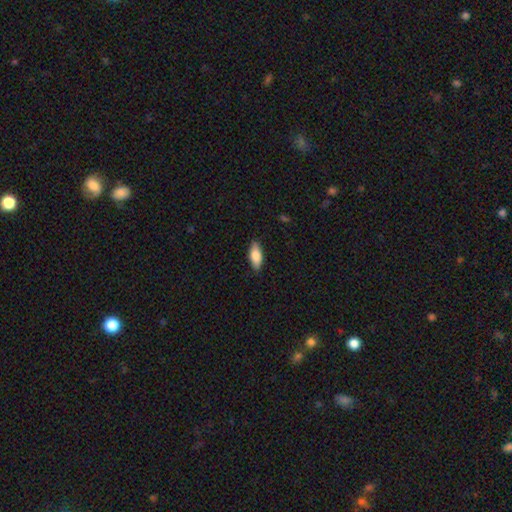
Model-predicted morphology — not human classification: A smooth galaxy with no disk features (83%) that is in between round and cigar-shaped (81%). Merging: none (87%).